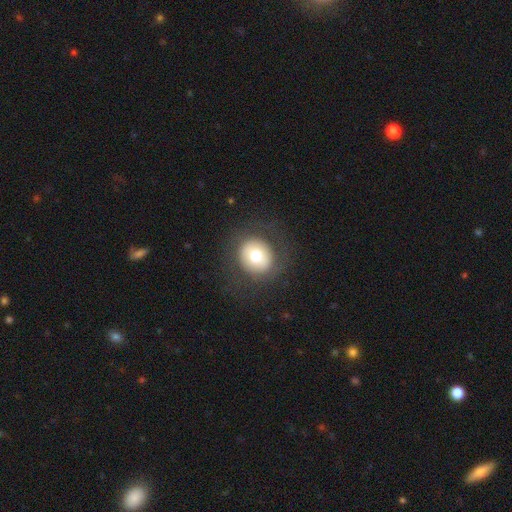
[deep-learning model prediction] Overall: smooth (68%). How rounded: round (87%). Merging: none (81%).